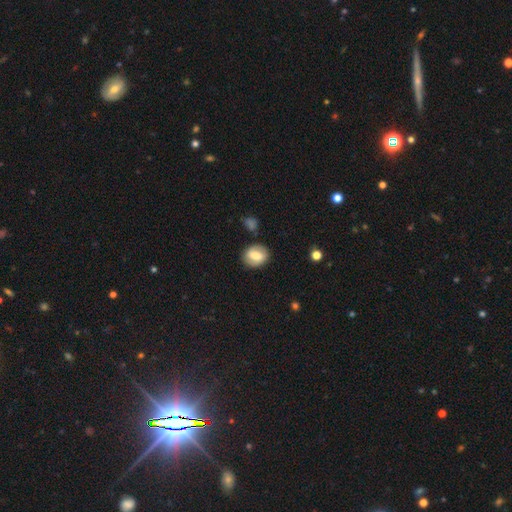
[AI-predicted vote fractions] A smooth galaxy with no disk features (60%) that is in between round and cigar-shaped (57%).

Vote fractions:
- Smooth or featured? smooth: 60% / featured or disk: 32% / star or artifact: 8%
- How rounded? in between: 57% / round: 41% / cigar-shaped: 2%
- Merging? none: 78% / minor disturbance: 15% / major disturbance: 5% / merger: 3%